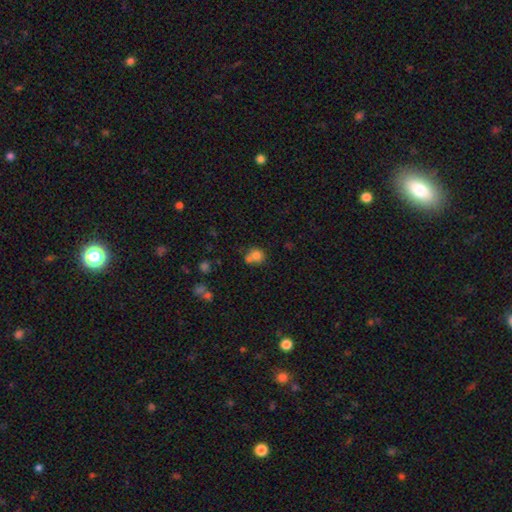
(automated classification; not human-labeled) Morphology: type=smooth (78%); roundness=round (78%); merging=none (47%).